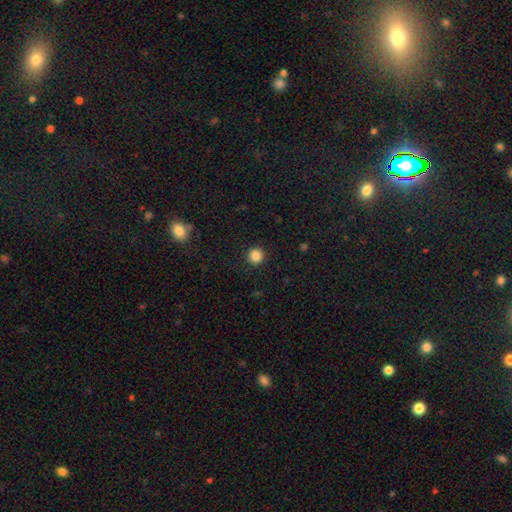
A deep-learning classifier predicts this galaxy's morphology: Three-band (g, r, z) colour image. It shows a smooth galaxy with no disk features (85%) that is round (95%). Merging: none (92%).